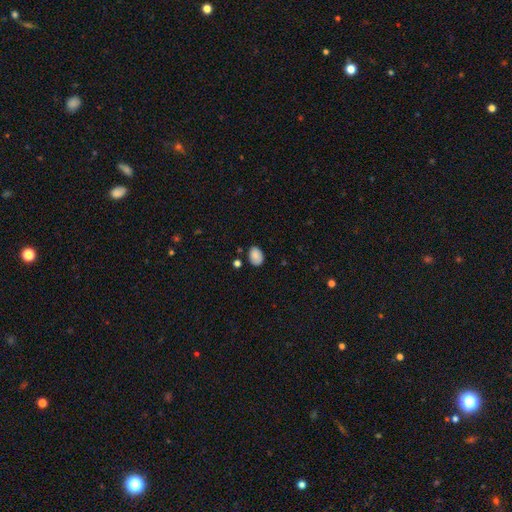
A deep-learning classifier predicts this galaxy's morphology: A smooth galaxy with no disk features (85%) that is in between round and cigar-shaped (77%). Merging: none (76%).